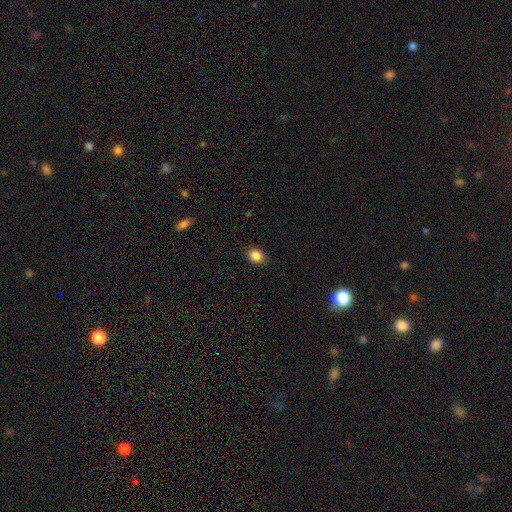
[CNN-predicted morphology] smooth-or-featured: smooth: 87% | star or artifact: 9% | featured or disk: 4%
  how-rounded: in between: 64% | round: 35% | cigar-shaped: 1%
  merging: none: 87% | minor disturbance: 10% | major disturbance: 2% | merger: 1%